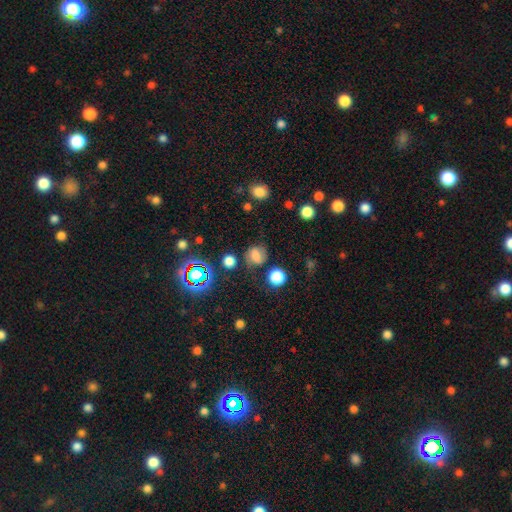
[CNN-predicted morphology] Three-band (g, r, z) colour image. It shows a smooth galaxy with no disk features (53%) that is round (67%). Merging: none (69%).